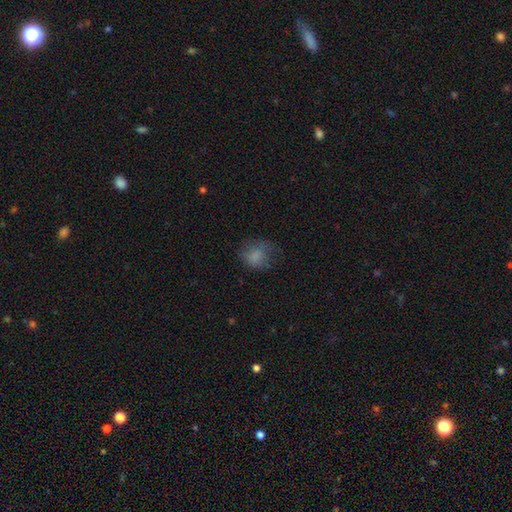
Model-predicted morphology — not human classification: type=smooth (76%); roundness=round (65%); merging=none (53%).